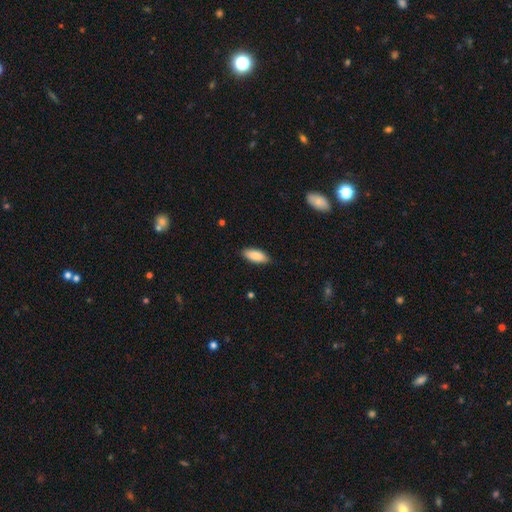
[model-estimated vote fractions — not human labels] Q: Smooth or featured?
A: smooth (88%); runner-up: featured or disk (6%)
Q: How rounded?
A: in between (83%); runner-up: cigar-shaped (15%)
Q: Merging?
A: none (86%); runner-up: minor disturbance (11%)